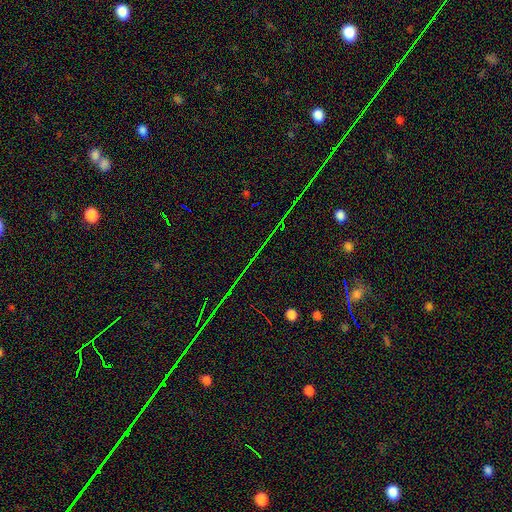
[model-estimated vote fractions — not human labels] Morphology: type=star or artifact (80%).